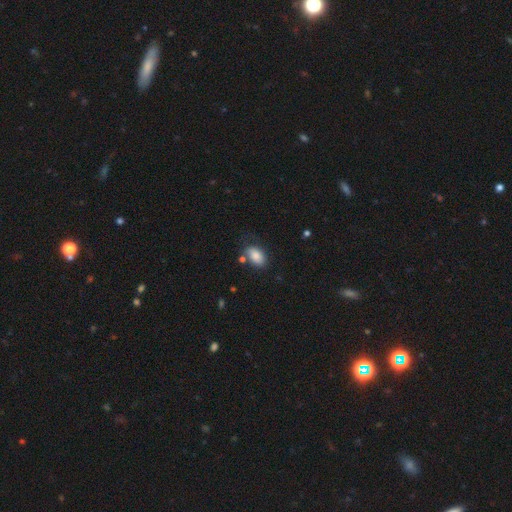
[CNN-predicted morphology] Q: Smooth or featured?
A: smooth (83%); runner-up: featured or disk (10%)
Q: How rounded?
A: in between (90%); runner-up: round (8%)
Q: Merging?
A: none (63%); runner-up: minor disturbance (22%)